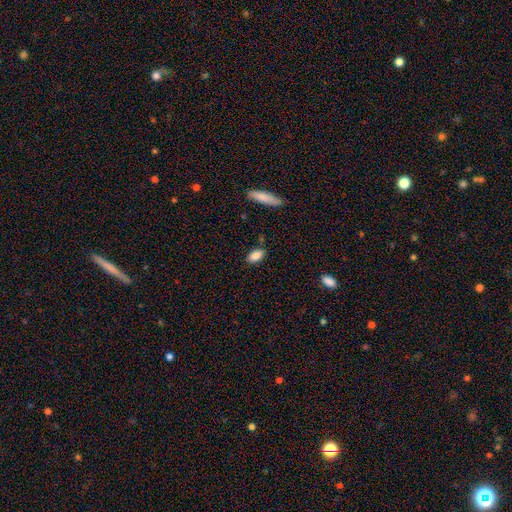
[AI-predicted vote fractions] A smooth galaxy with no disk features (87%) that is in between round and cigar-shaped (89%). Merging: none (82%).